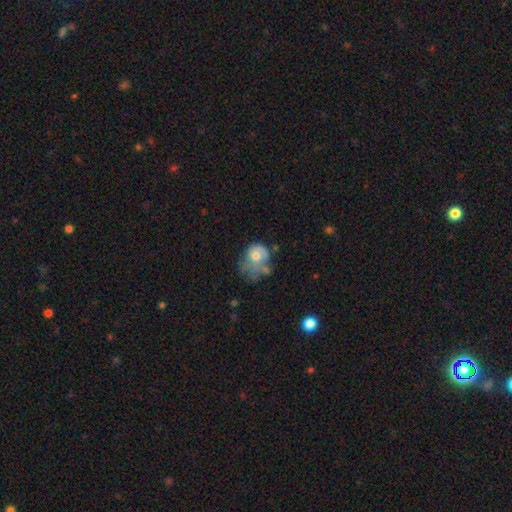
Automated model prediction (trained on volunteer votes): Overall: smooth (52%; featured or disk 40%). How rounded: round (56%; in between 43%). Merging: major disturbance (39%; minor disturbance 28%).